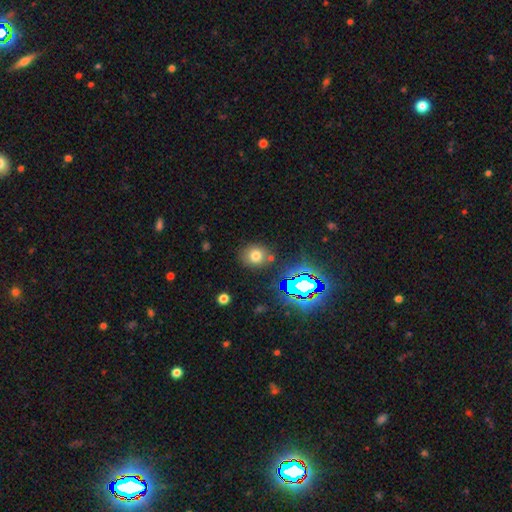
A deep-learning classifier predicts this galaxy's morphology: type=smooth (69%); roundness=round (74%); merging=none (78%).